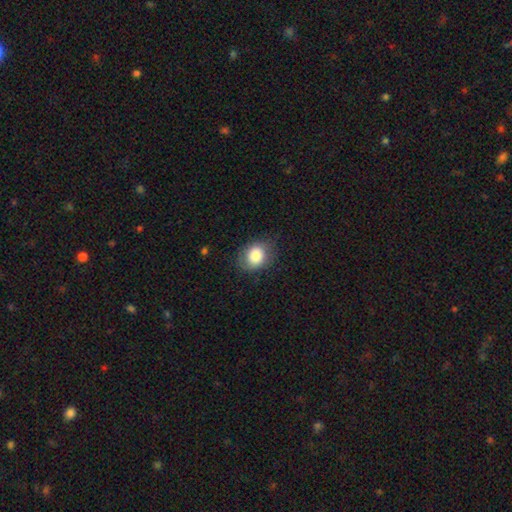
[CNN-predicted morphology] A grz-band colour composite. It shows a smooth galaxy with no disk features (82%) that is round (51%). Merging: none (75%).